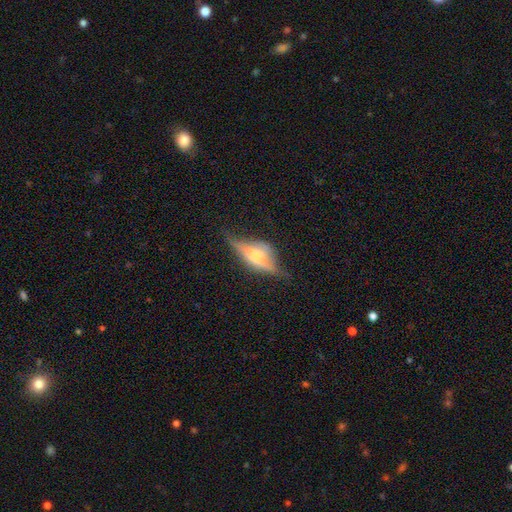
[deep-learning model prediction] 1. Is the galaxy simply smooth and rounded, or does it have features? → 69% featured or disk, 24% smooth, 8% star or artifact.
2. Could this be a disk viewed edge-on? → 79% yes, 21% no.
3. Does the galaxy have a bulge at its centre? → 81% rounded, 16% boxy, 4% none.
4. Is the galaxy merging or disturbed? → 51% none, 29% minor disturbance, 18% major disturbance, 3% merger.